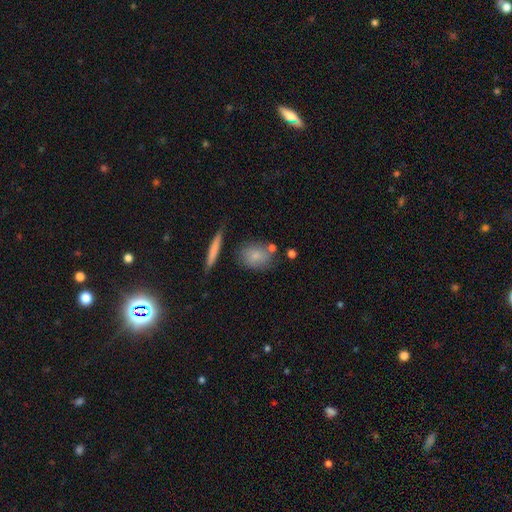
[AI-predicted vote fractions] smooth 78%, featured or disk 14%, star or artifact 8%. Down the decision tree: how rounded — in between (52%); merging — none (66%).